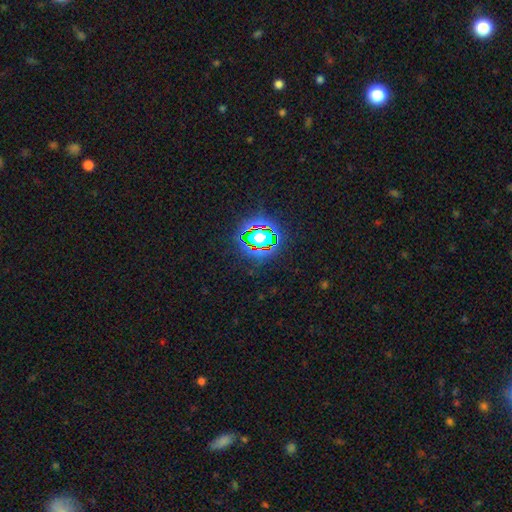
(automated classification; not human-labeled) Smooth or featured?
  - star or artifact: 81% *
  - smooth: 12%
  - featured or disk: 7%